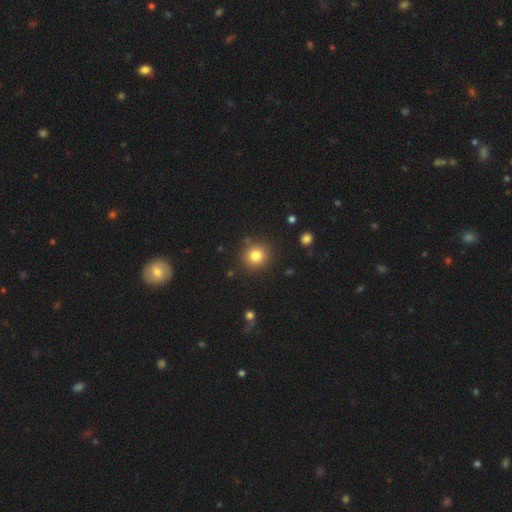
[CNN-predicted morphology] smooth-or-featured: smooth: 81% | star or artifact: 12% | featured or disk: 7%
  how-rounded: round: 91% | in between: 9% | cigar-shaped: 1%
  merging: none: 87% | minor disturbance: 7% | major disturbance: 3% | merger: 2%